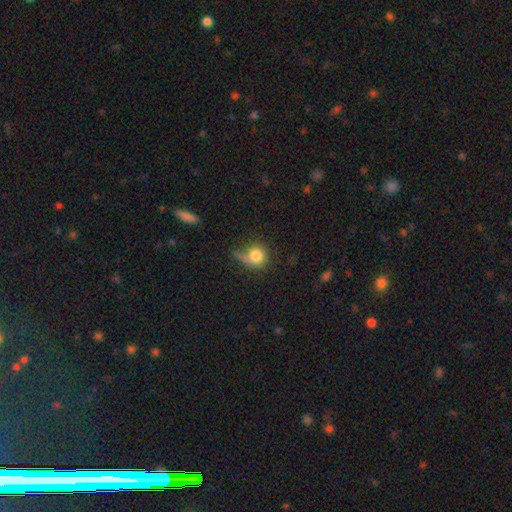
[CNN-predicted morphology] This appears to be a smooth galaxy with no disk features (77%) that is round (82%). Merging: none (39%).